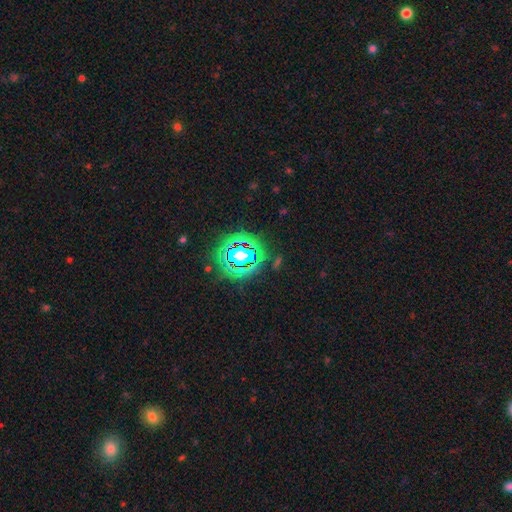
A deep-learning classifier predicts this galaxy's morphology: A star or artifact, not a galaxy (78%).